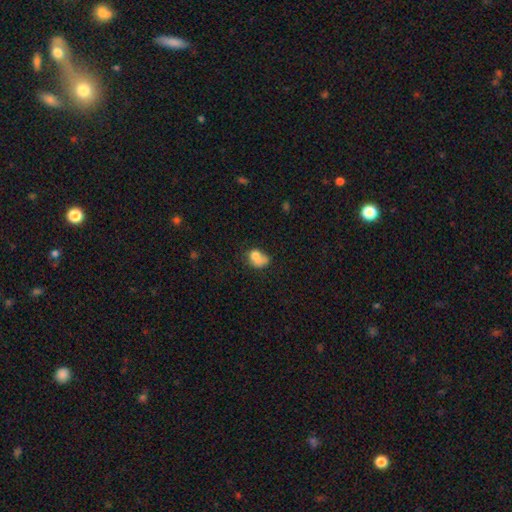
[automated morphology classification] Q: Smooth or featured?
A: smooth (70%); runner-up: featured or disk (19%)
Q: How rounded?
A: in between (59%); runner-up: round (40%)
Q: Merging?
A: none (27%); tied with: merger (27%)